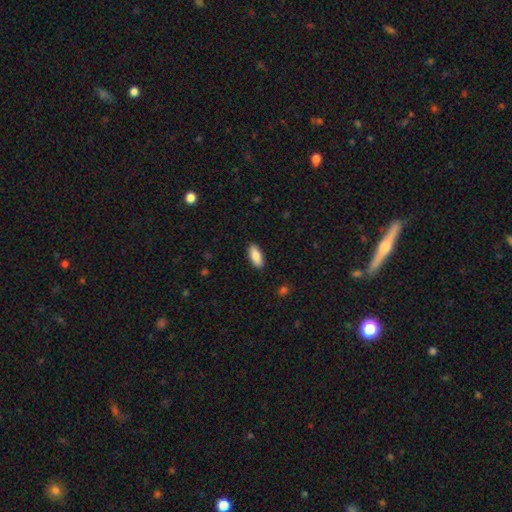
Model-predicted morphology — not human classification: smooth_or_featured: smooth (p=0.86) [alt: featured or disk p=0.08]
how_rounded: in between (p=0.85) [alt: cigar-shaped p=0.13]
merging: none (p=0.90) [alt: minor disturbance p=0.08]